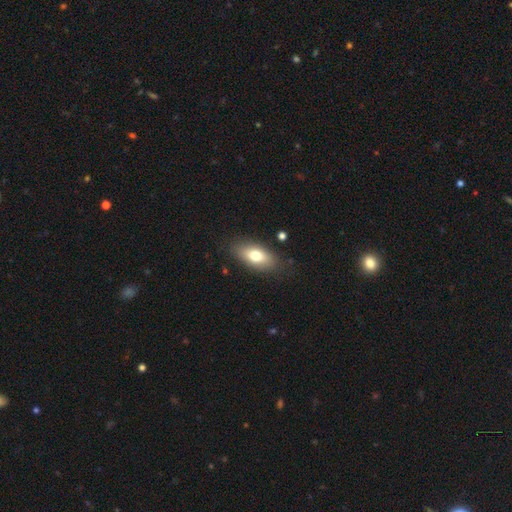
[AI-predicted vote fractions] This appears to be a smooth galaxy with no disk features (74%) that is in between round and cigar-shaped (86%). Merging: none (83%).